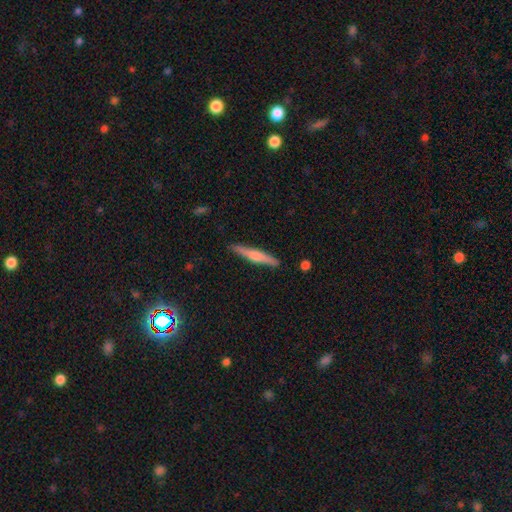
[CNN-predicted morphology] The model was most divided on "smooth or featured": featured or disk: 54%, smooth: 40%, star or artifact: 6%. More confident: edge-on disk — yes (97%); merging — none (89%); edge-on bulge — rounded (75%).